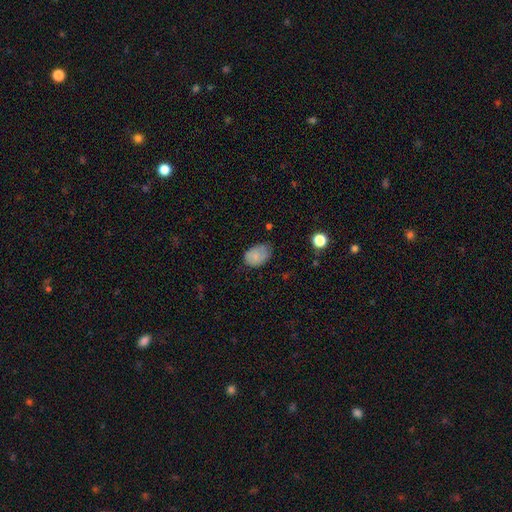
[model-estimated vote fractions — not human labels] A smooth galaxy with no disk features (80%) that is in between round and cigar-shaped (82%).

Vote fractions:
- Smooth or featured? smooth: 80% / featured or disk: 12% / star or artifact: 8%
- How rounded? in between: 82% / round: 17% / cigar-shaped: 1%
- Merging? none: 56% / minor disturbance: 35% / major disturbance: 8% / merger: 2%